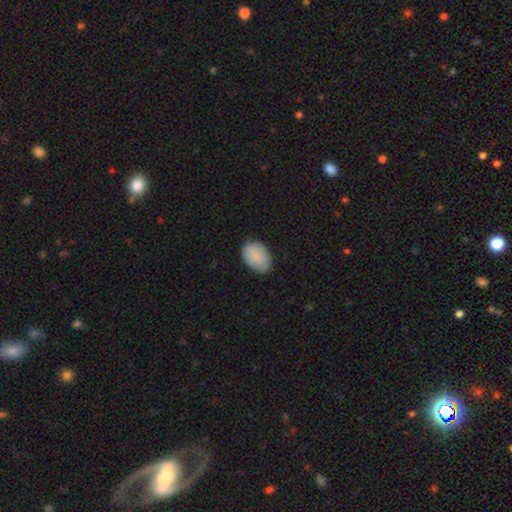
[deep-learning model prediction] Smooth or featured?
  - smooth: 85% *
  - featured or disk: 9%
  - star or artifact: 6%
How rounded?
  - in between: 79% *
  - round: 20%
  - cigar-shaped: 1%
Merging?
  - none: 72% *
  - minor disturbance: 23%
  - major disturbance: 4%
  - merger: 1%